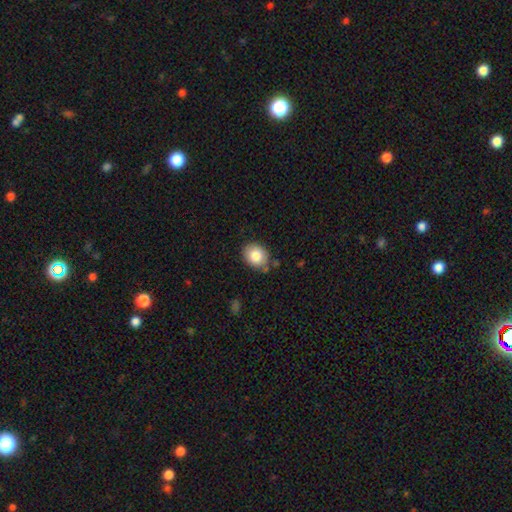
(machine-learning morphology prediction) Q: Smooth or featured?
A: smooth (83%); runner-up: featured or disk (9%)
Q: How rounded?
A: round (50%); runner-up: in between (49%)
Q: Merging?
A: none (80%); runner-up: minor disturbance (14%)